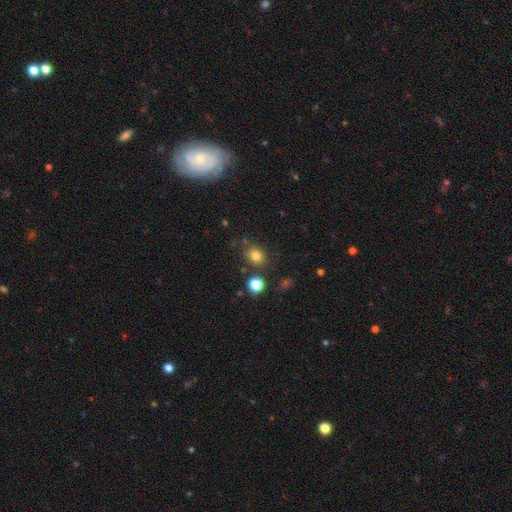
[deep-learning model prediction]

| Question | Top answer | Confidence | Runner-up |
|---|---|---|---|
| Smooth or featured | smooth | 79% | star or artifact (14%) |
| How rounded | round | 58% | in between (41%) |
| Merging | none | 76% | minor disturbance (13%) |